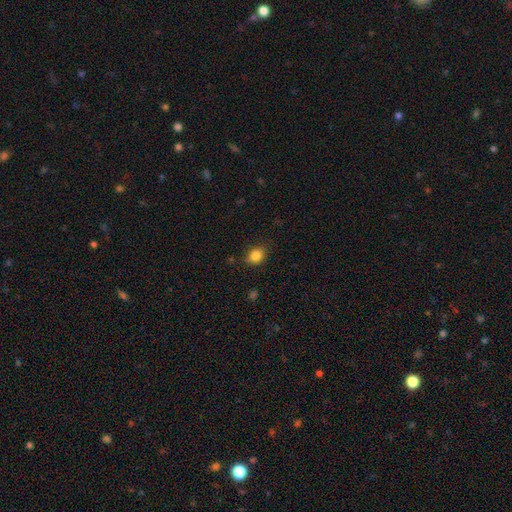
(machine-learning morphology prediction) smooth-or-featured: smooth: 85% | star or artifact: 10% | featured or disk: 5%
  how-rounded: round: 50% | in between: 49% | cigar-shaped: 1%
  merging: none: 81% | minor disturbance: 14% | major disturbance: 3% | merger: 1%